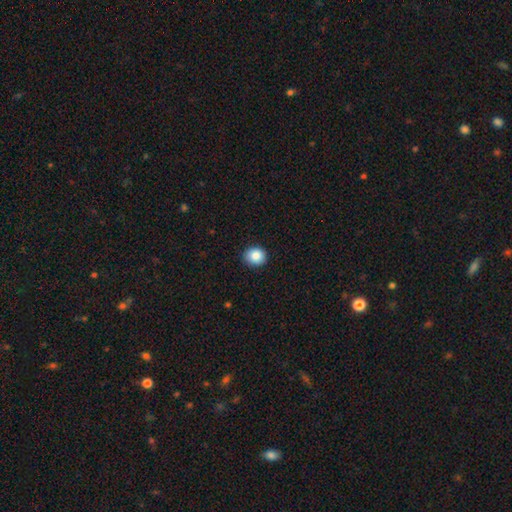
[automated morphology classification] Smooth or featured? Predicted: smooth (p=0.87). How rounded? Predicted: round (p=0.73). Merging? Predicted: none (p=0.88).